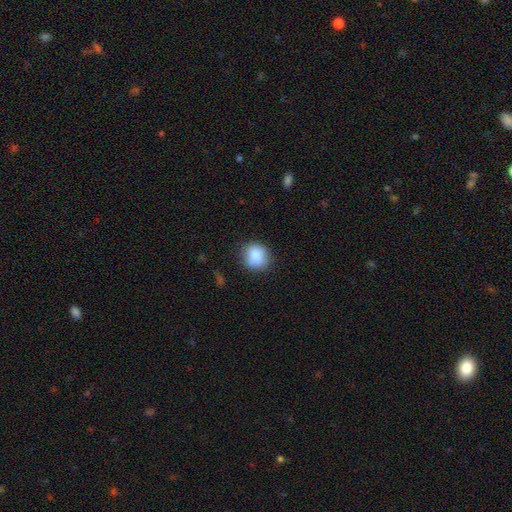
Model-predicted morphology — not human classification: A smooth galaxy with no disk features (86%) that is round (74%). Merging: none (79%).